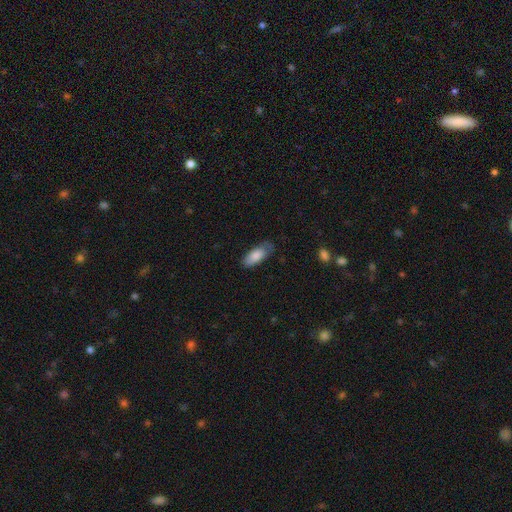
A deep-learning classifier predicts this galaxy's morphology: A smooth galaxy with no disk features (81%) that is in between round and cigar-shaped (82%).

Vote fractions:
- Smooth or featured? smooth: 81% / featured or disk: 13% / star or artifact: 6%
- How rounded? in between: 82% / cigar-shaped: 16% / round: 2%
- Merging? none: 64% / minor disturbance: 28% / major disturbance: 7% / merger: 1%